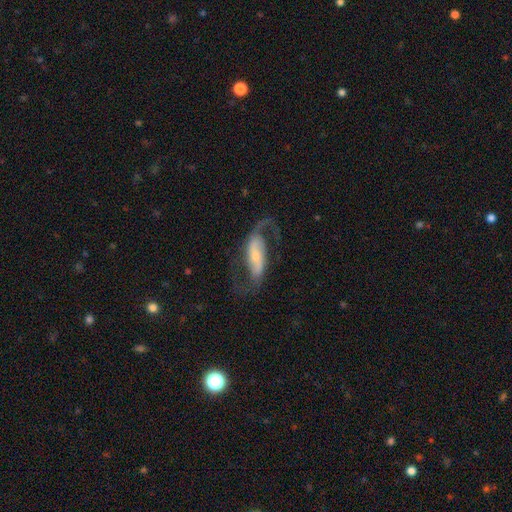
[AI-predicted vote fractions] This appears to be a featured or disk galaxy (83%) with a strong bar (48%), 2 (91%) loose (60%) spiral arms (94%) and a small central bulge (60%). Merging: none (68%).